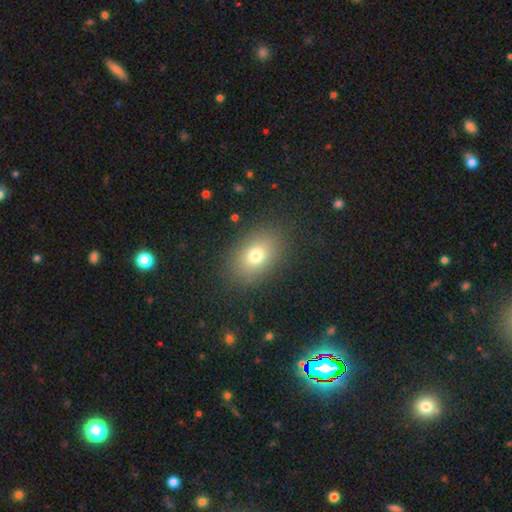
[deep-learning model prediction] This is likely a smooth galaxy (75%). How rounded: likely in between (76%). Merging: clearly none (84%).